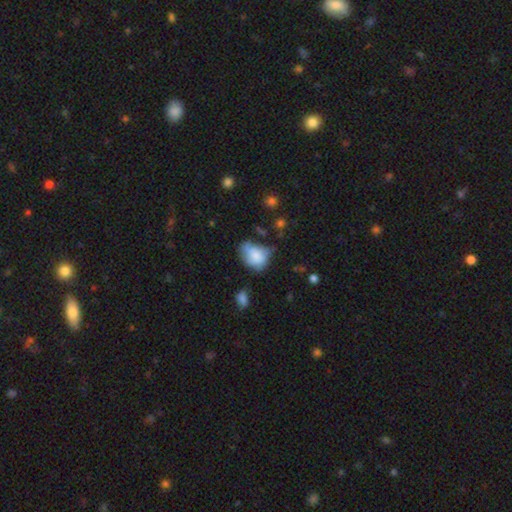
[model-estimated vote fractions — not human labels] Smooth or featured: smooth — 72% (featured or disk — 18%)
How rounded: in between — 61% (round — 38%)
Merging: minor disturbance — 35% (tied with none — 35%)